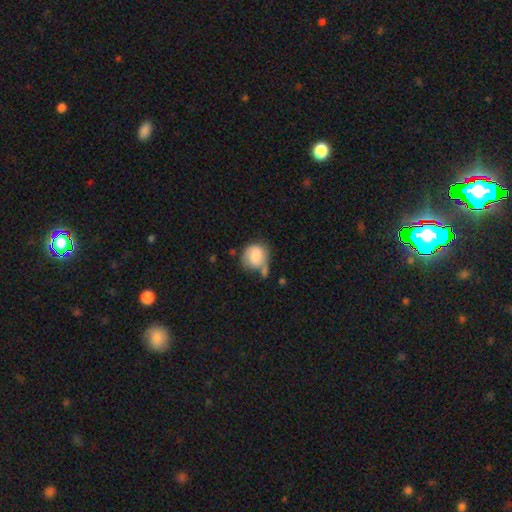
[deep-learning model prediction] smooth 79%, featured or disk 14%, star or artifact 7%. Down the decision tree: how rounded — round (79%); merging — none (39%).